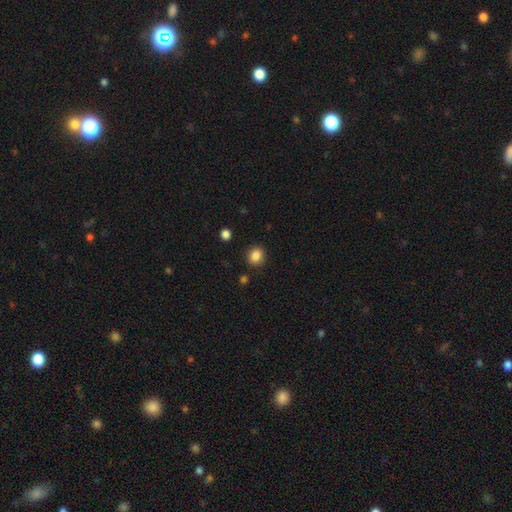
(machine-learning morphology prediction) Overall: smooth (86%). How rounded: round (69%; in between 30%). Merging: none (89%).